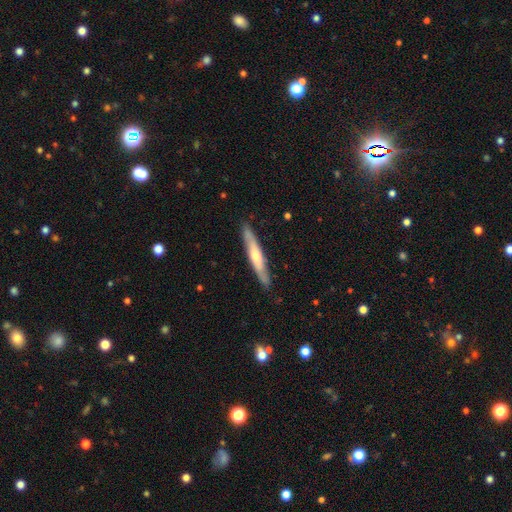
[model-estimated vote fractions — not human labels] A featured or disk galaxy (50%) viewed edge-on (86%).

Vote fractions:
- Smooth or featured? featured or disk: 50% / smooth: 45% / star or artifact: 5%
- Edge-on disk? yes: 86% / no: 14%
- Merging? none: 87% / minor disturbance: 10% / major disturbance: 2% / merger: 1%